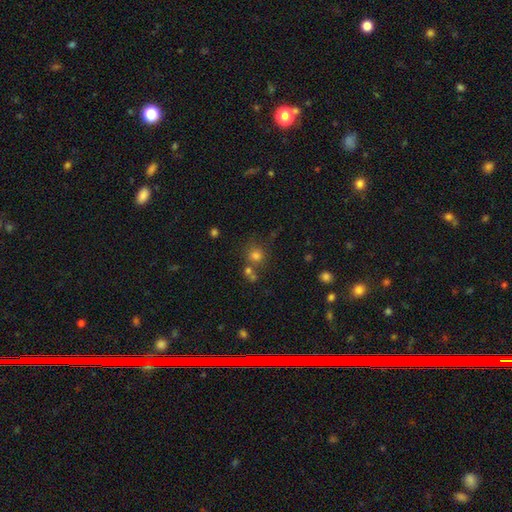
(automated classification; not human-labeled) Morphology: type=smooth (72%); roundness=round (88%); merging=none (64%).